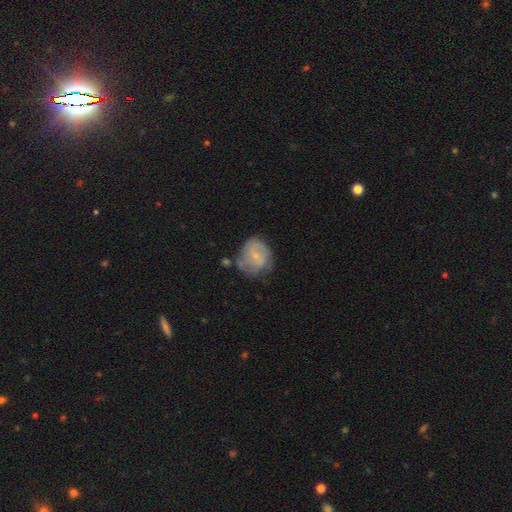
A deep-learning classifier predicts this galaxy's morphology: Smooth or featured? Predicted: featured or disk (p=0.53). Edge-on disk? Predicted: no (p=0.98). Bar? Predicted: no (p=0.57). Spiral arms? Predicted: yes (p=0.72). Bulge size? Predicted: small (p=0.73). Merging? Predicted: none (p=0.51).